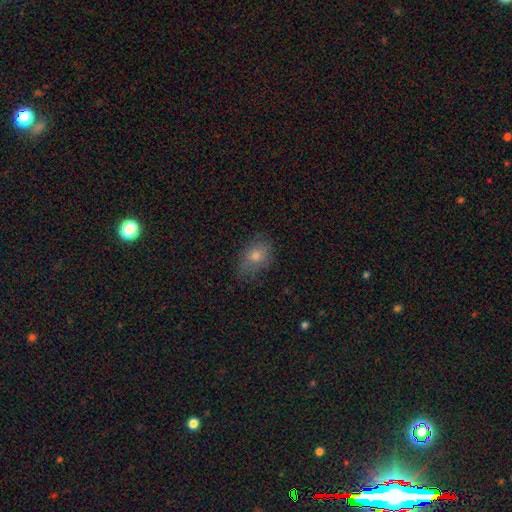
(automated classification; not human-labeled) The model was most divided on "how rounded": in between: 70%, round: 28%, cigar-shaped: 2%. More confident: smooth or featured — smooth (71%); merging — none (67%).